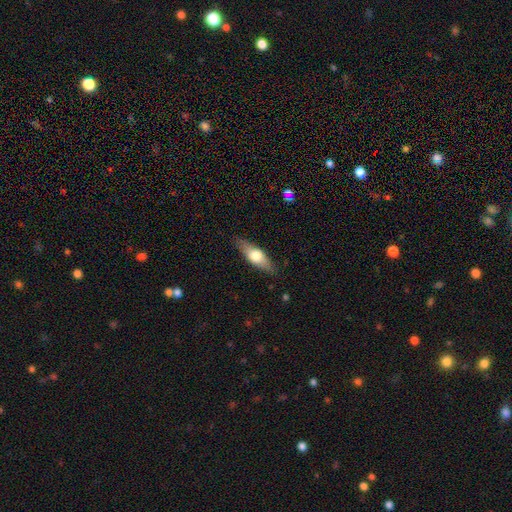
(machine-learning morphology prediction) smooth_or_featured: smooth (p=0.54) [alt: featured or disk p=0.40]
how_rounded: in between (p=0.54) [alt: cigar-shaped p=0.43]
merging: none (p=0.85) [alt: minor disturbance p=0.12]